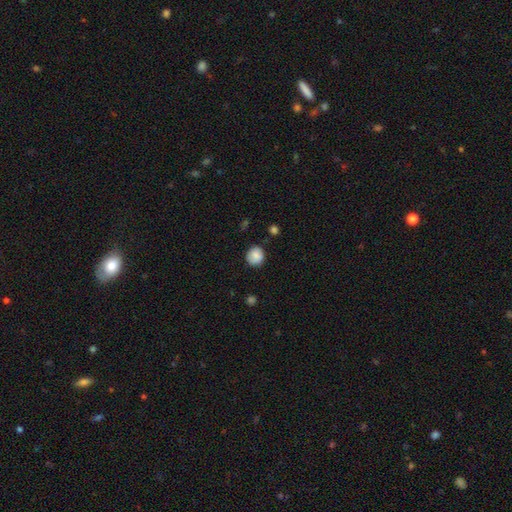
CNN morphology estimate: Smooth or featured? smooth (83%)
How rounded? round (86%)
Merging? none (81%)